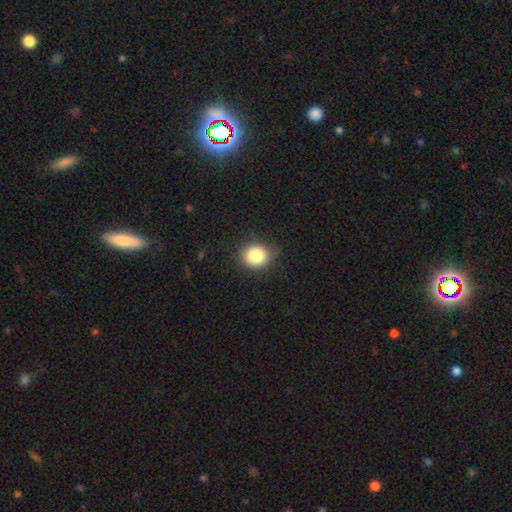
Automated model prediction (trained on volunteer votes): smooth 83%, star or artifact 10%, featured or disk 7%. Down the decision tree: how rounded — round (77%); merging — none (82%).